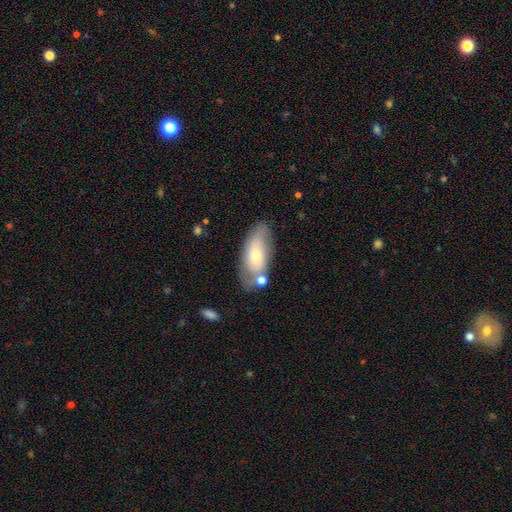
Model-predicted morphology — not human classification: smooth 59%, featured or disk 34%, star or artifact 7%. Down the decision tree: how rounded — in between (83%); merging — none (60%).